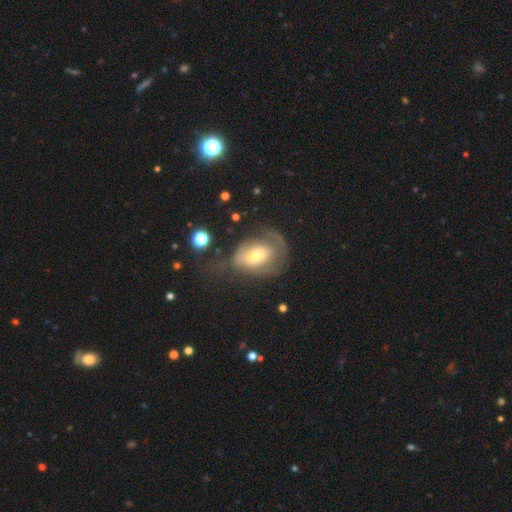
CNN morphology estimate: smooth-or-featured: featured or disk: 46% (tied) | smooth: 46% (tied) | star or artifact: 8%
  merging: major disturbance: 42% | none: 30% | minor disturbance: 24% | merger: 4%